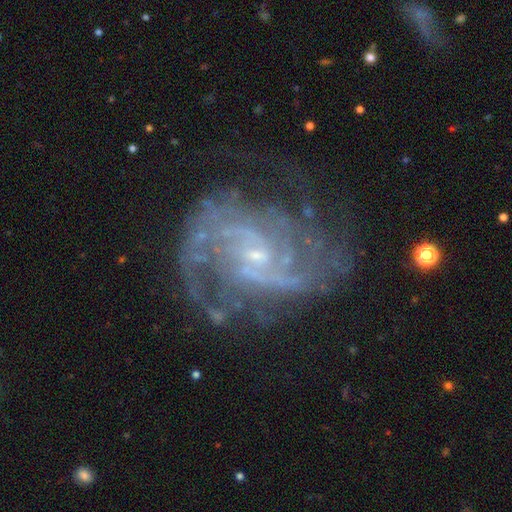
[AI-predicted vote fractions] smooth_or_featured: featured or disk (p=0.90) [alt: star or artifact p=0.06]
disk_edge_on: no (p=0.98) [alt: yes p=0.02]
bar: weak (p=0.46) [alt: no p=0.44]
has_spiral_arms: yes (p=0.97) [alt: no p=0.03]
spiral_winding: medium (p=0.51) [alt: tight p=0.31]
spiral_arm_count: 2 (p=0.55) [alt: can't tell p=0.15]
bulge_size: small (p=0.78) [alt: moderate p=0.16]
merging: none (p=0.66) [alt: minor disturbance p=0.19]